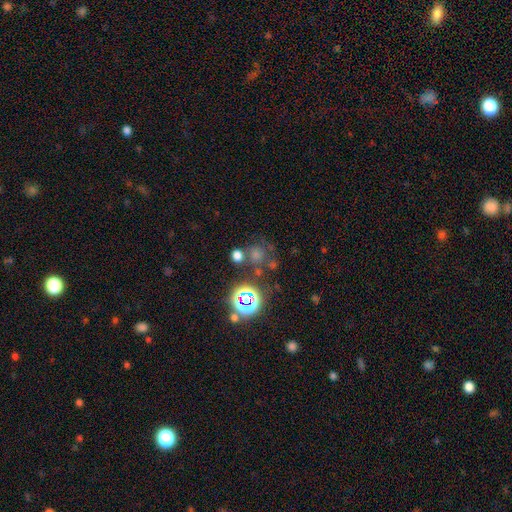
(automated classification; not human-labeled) The model was most divided on "smooth or featured": star or artifact: 45%, smooth: 40%, featured or disk: 15%.